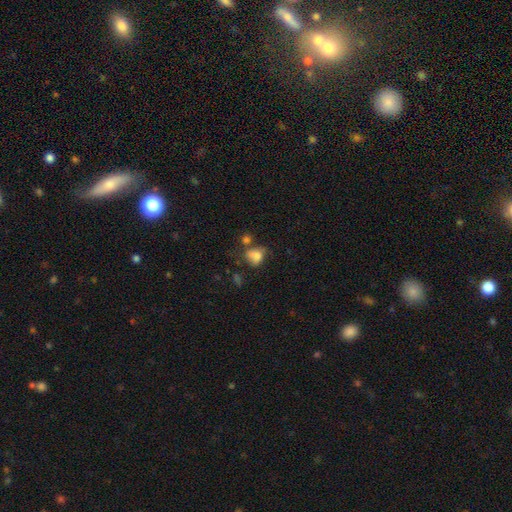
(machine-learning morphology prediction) Q: Smooth or featured?
A: smooth (75%); runner-up: featured or disk (13%)
Q: How rounded?
A: in between (55%); runner-up: round (44%)
Q: Merging?
A: none (38%); runner-up: minor disturbance (25%)